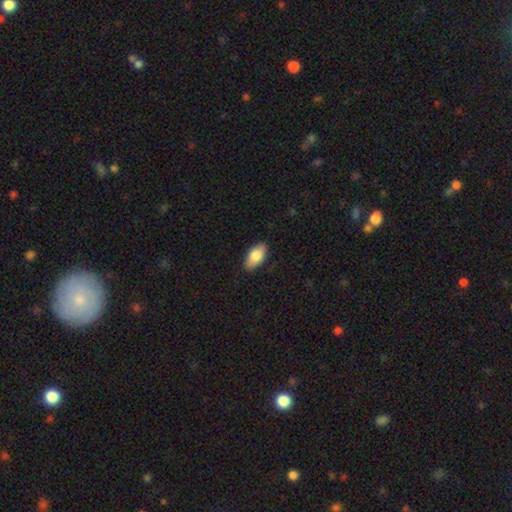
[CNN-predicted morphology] A smooth galaxy with no disk features (82%) that is in between round and cigar-shaped (92%). Merging: none (87%).